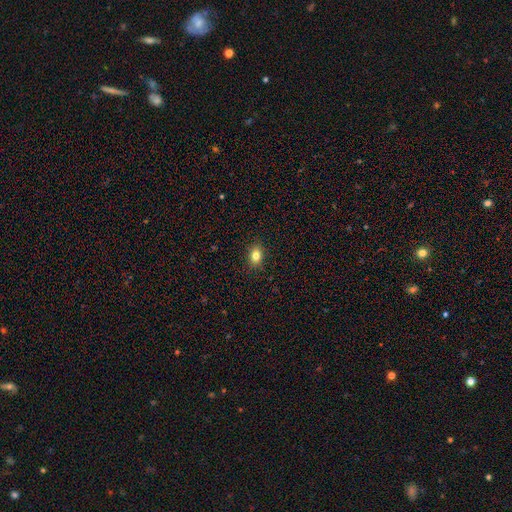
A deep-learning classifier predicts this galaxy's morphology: Overall: smooth (81%). How rounded: in between (75%). Merging: none (89%).